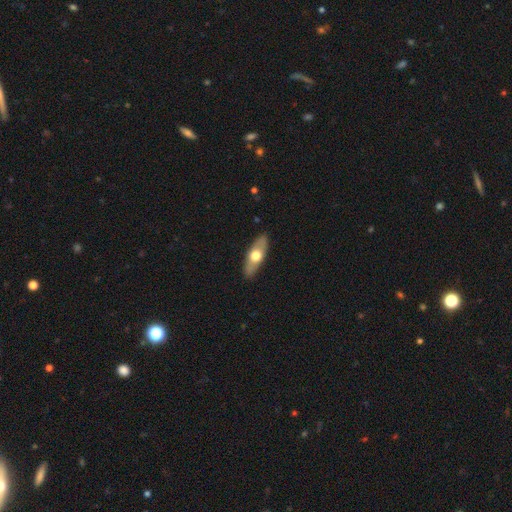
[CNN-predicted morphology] smooth-or-featured: smooth: 53% | featured or disk: 42% | star or artifact: 5%
  how-rounded: in between: 64% | cigar-shaped: 33% | round: 4%
  merging: none: 88% | minor disturbance: 9% | major disturbance: 2% | merger: 1%